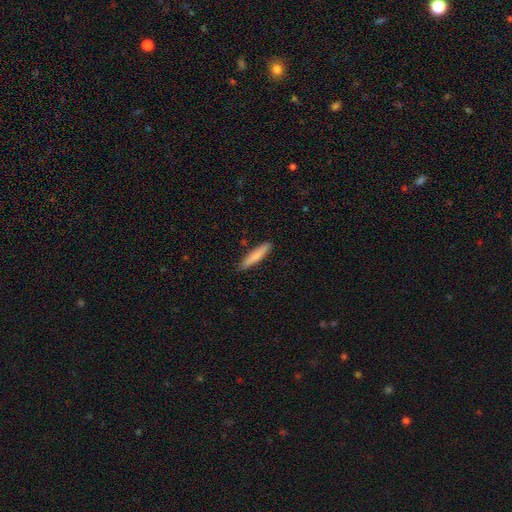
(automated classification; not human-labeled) The model was most divided on "smooth or featured": smooth: 78%, featured or disk: 17%, star or artifact: 5%. More confident: how rounded — cigar-shaped (90%); merging — none (89%).